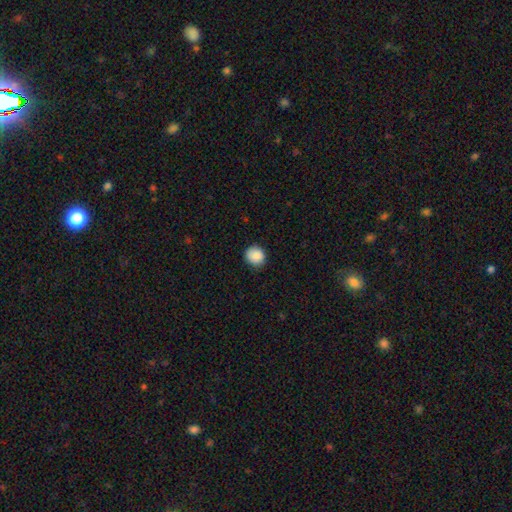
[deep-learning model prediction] smooth 88%, star or artifact 8%, featured or disk 4%. Down the decision tree: how rounded — round (86%); merging — none (85%).